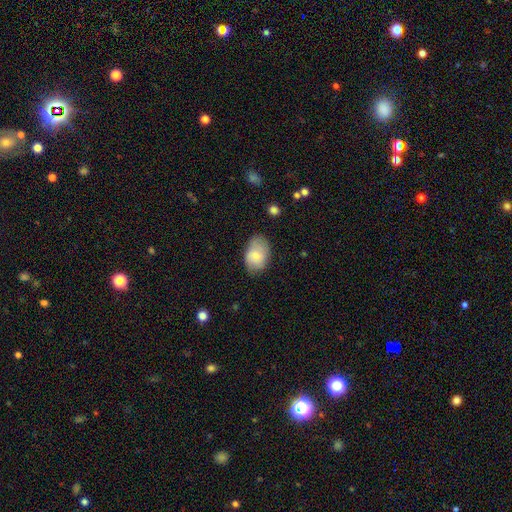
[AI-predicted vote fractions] Q: Smooth or featured?
A: smooth (75%); runner-up: featured or disk (18%)
Q: How rounded?
A: in between (84%); runner-up: round (15%)
Q: Merging?
A: none (67%); runner-up: minor disturbance (26%)